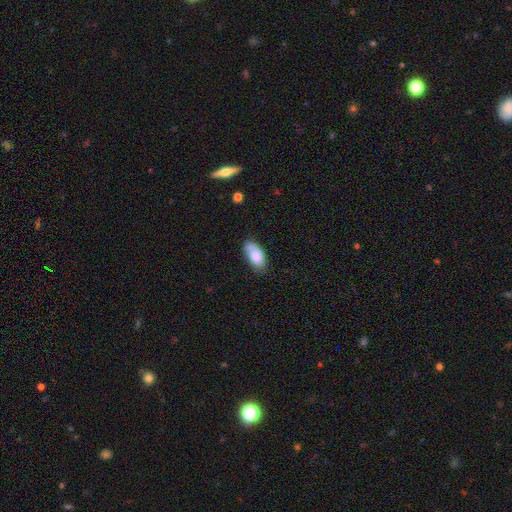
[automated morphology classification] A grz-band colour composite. It shows a smooth galaxy with no disk features (78%) that is in between round and cigar-shaped (92%). Merging: none (57%).